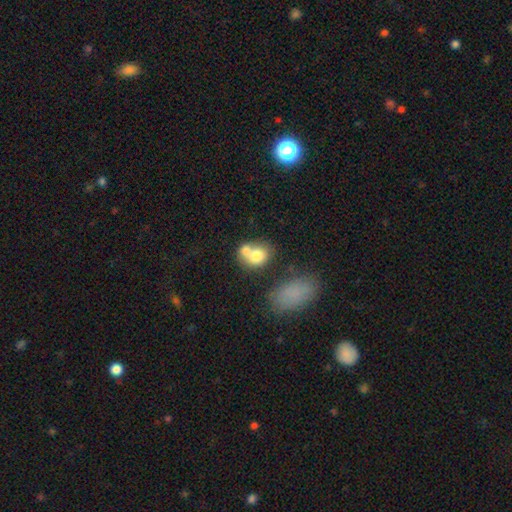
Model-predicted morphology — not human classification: This is likely a smooth galaxy (73%). How rounded: possibly round (52%). Merging: possibly merger (54%).